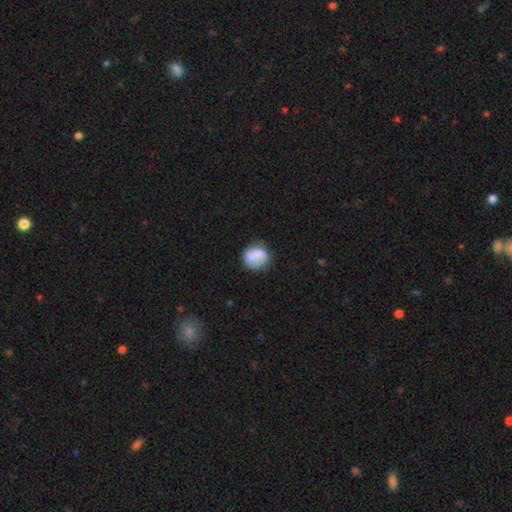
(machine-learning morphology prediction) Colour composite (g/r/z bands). It shows a smooth galaxy with no disk features (79%) that is round (84%). Merging: none (66%).